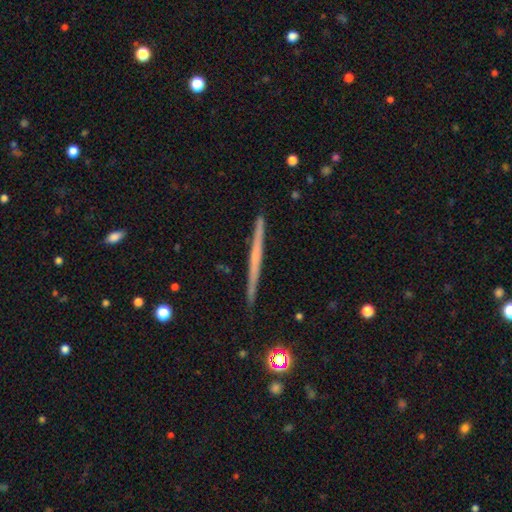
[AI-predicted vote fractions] Smooth or featured? Predicted: featured or disk (p=0.58). Edge-on disk? Predicted: yes (p=0.98). Edge-on bulge? Predicted: none (p=0.86). Merging? Predicted: none (p=0.91).